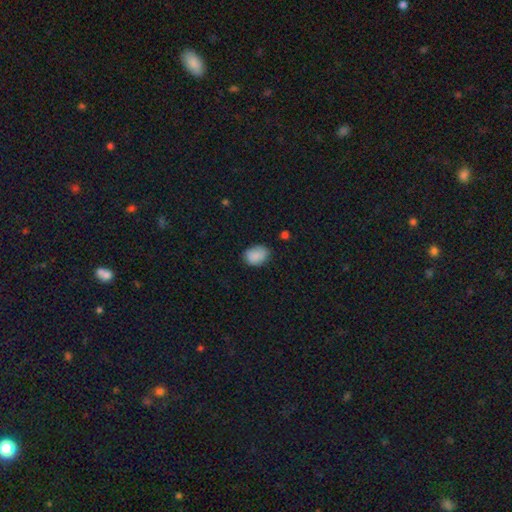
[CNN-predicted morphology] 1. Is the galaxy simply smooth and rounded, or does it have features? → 88% smooth, 8% star or artifact, 5% featured or disk.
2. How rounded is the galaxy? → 75% in between, 24% round, 1% cigar-shaped.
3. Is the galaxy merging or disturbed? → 77% none, 18% minor disturbance, 3% major disturbance, 1% merger.